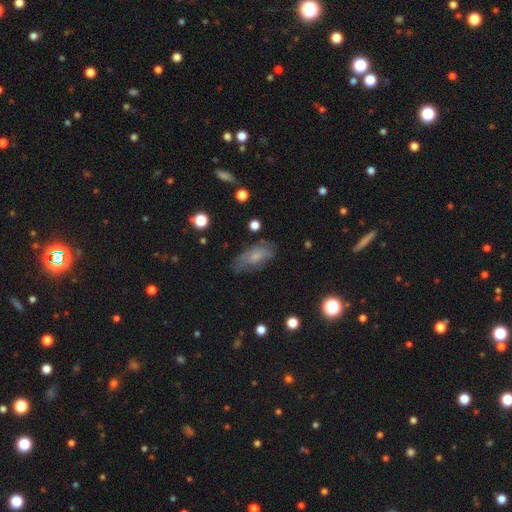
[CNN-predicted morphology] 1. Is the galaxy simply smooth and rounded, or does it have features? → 54% smooth, 37% featured or disk, 9% star or artifact.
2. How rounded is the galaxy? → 86% in between, 9% cigar-shaped, 4% round.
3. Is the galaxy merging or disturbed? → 63% none, 25% minor disturbance, 10% major disturbance, 2% merger.